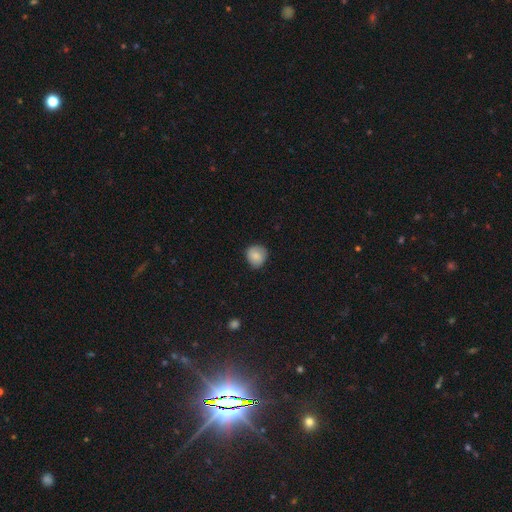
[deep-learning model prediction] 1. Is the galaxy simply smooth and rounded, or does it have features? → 85% smooth, 8% star or artifact, 7% featured or disk.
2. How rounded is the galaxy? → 84% round, 15% in between, 1% cigar-shaped.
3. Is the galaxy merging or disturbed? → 81% none, 15% minor disturbance, 3% major disturbance, 1% merger.